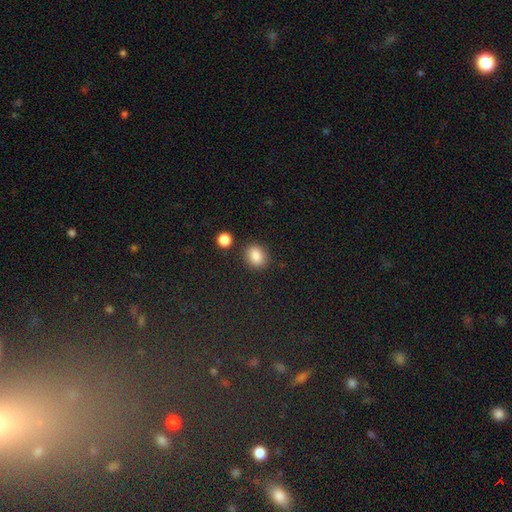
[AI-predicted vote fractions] Smooth or featured: smooth — 86% (star or artifact — 9%)
How rounded: in between — 52% (round — 47%)
Merging: none — 82% (minor disturbance — 10%)